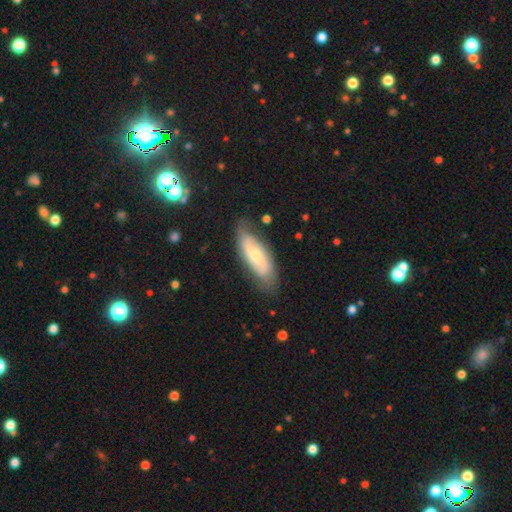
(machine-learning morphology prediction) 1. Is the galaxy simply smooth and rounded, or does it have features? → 48% featured or disk, 45% smooth, 6% star or artifact.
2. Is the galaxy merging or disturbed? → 70% none, 22% minor disturbance, 6% major disturbance, 2% merger.